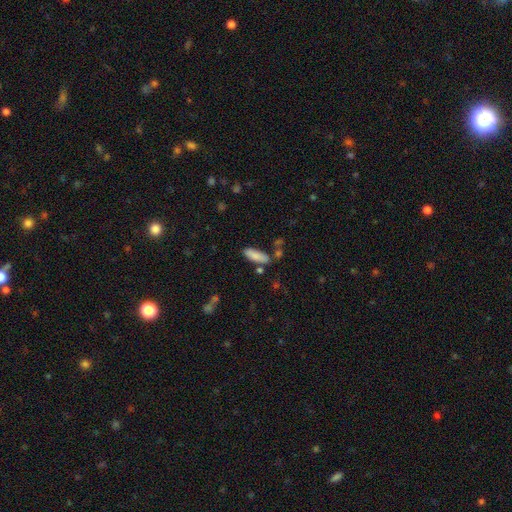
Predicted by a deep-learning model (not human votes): Smooth or featured?
  - smooth: 86% *
  - featured or disk: 8%
  - star or artifact: 6%
How rounded?
  - in between: 60% *
  - cigar-shaped: 39%
  - round: 2%
Merging?
  - none: 74% *
  - minor disturbance: 14%
  - merger: 8%
  - major disturbance: 3%